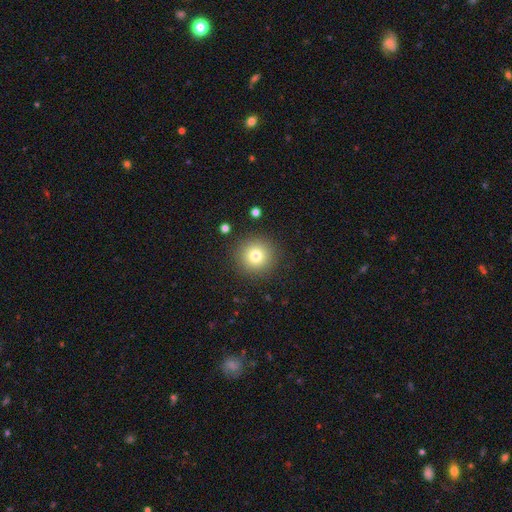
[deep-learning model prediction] This is likely a smooth galaxy (78%). How rounded: clearly round (95%). Merging: clearly none (89%).